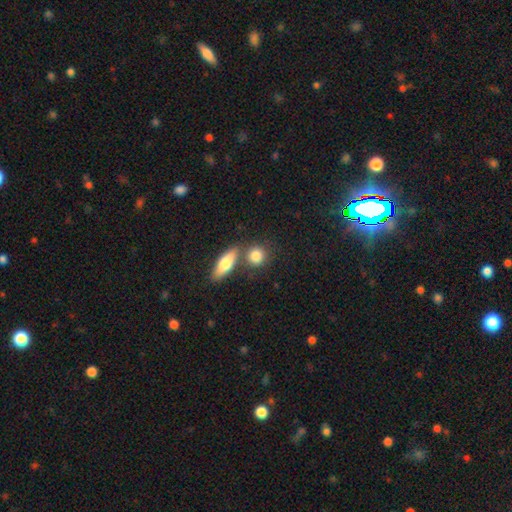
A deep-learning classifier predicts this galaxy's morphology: The model was most divided on "merging": none: 63%, merger: 24%, minor disturbance: 10%, major disturbance: 3%. More confident: smooth or featured — smooth (82%); how rounded — round (70%).